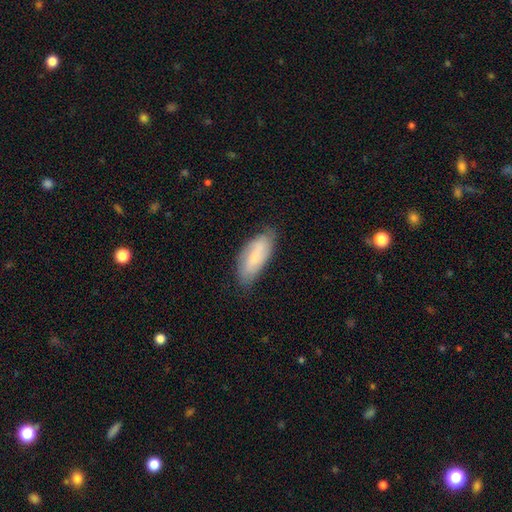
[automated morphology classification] A smooth galaxy with no disk features (68%) that is in between round and cigar-shaped (79%). Merging: none (75%).